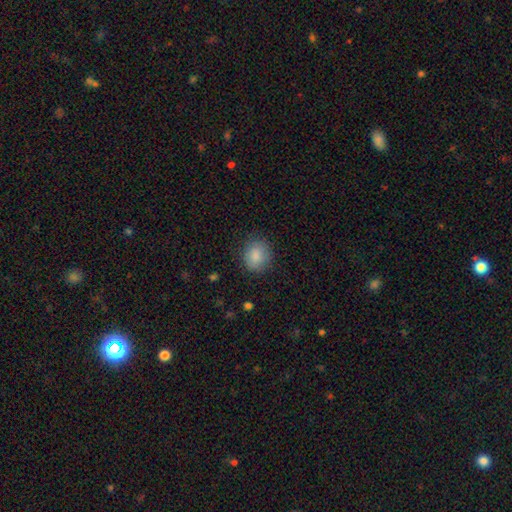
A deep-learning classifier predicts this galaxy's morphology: A smooth galaxy with no disk features (86%) that is round (68%).

Vote fractions:
- Smooth or featured? smooth: 86% / star or artifact: 8% / featured or disk: 6%
- How rounded? round: 68% / in between: 31% / cigar-shaped: 1%
- Merging? none: 83% / minor disturbance: 12% / major disturbance: 4% / merger: 1%